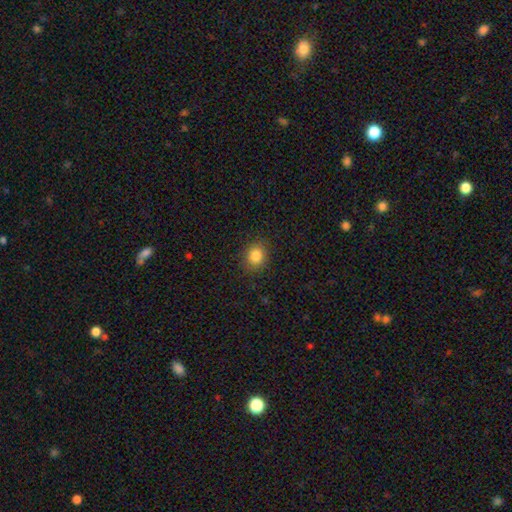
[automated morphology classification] This is clearly a smooth galaxy (85%). How rounded: likely round (65%). Merging: clearly none (86%).